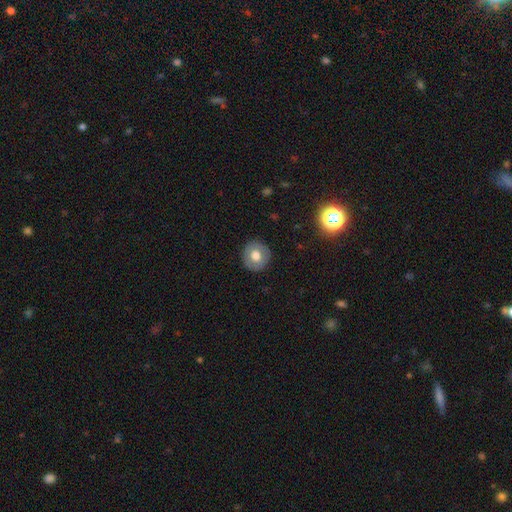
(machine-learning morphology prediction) smooth 66%, featured or disk 26%, star or artifact 8%. Down the decision tree: how rounded — round (91%); merging — none (89%).